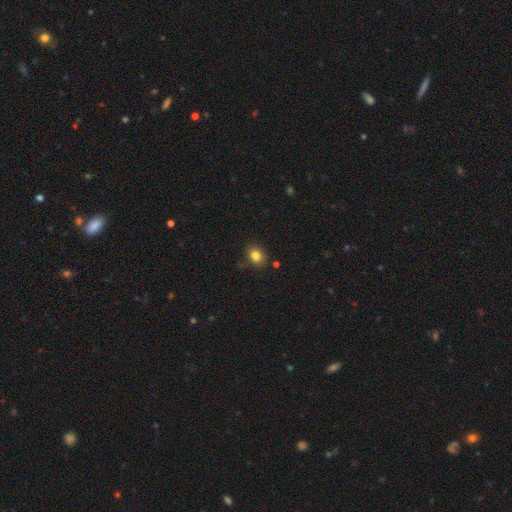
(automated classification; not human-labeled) Q: Smooth or featured?
A: smooth (82%); runner-up: star or artifact (11%)
Q: How rounded?
A: round (51%); runner-up: in between (48%)
Q: Merging?
A: none (82%); runner-up: minor disturbance (13%)